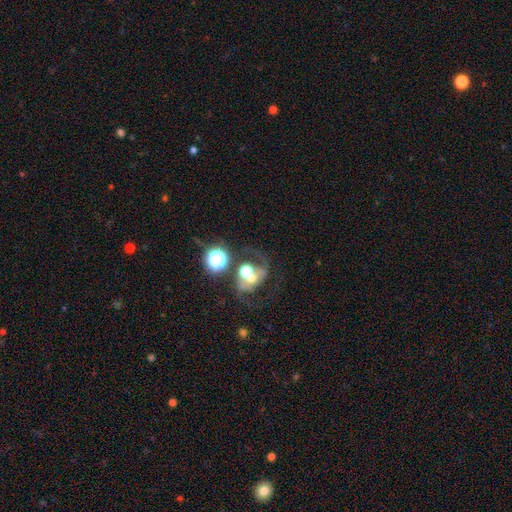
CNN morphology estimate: smooth-or-featured: featured or disk: 48% | star or artifact: 31% | smooth: 21%
  merging: none: 53% | merger: 22% | minor disturbance: 13% | major disturbance: 12%